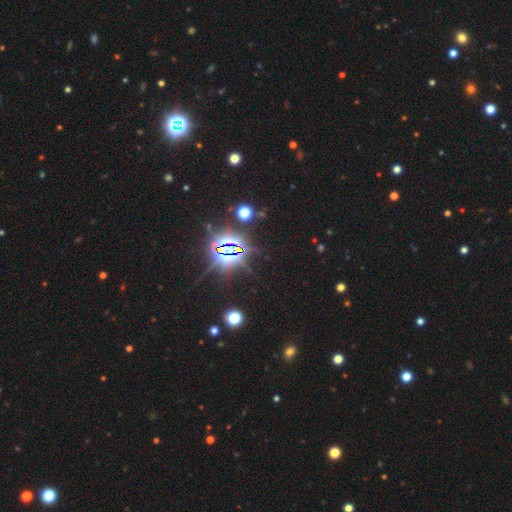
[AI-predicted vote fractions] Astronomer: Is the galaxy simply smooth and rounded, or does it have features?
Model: star or artifact — 83%.